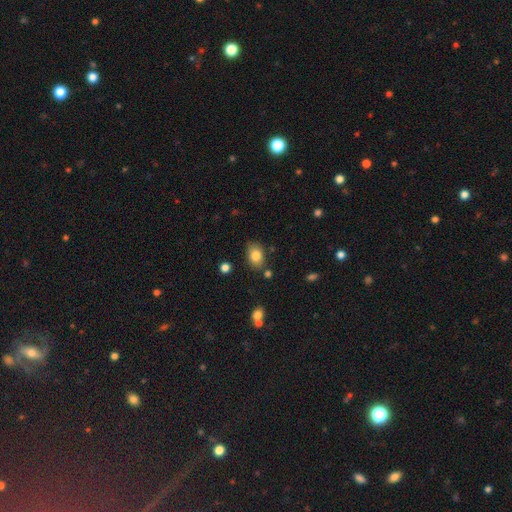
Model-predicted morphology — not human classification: smooth 83%, star or artifact 9%, featured or disk 9%. Down the decision tree: how rounded — in between (77%); merging — none (78%).